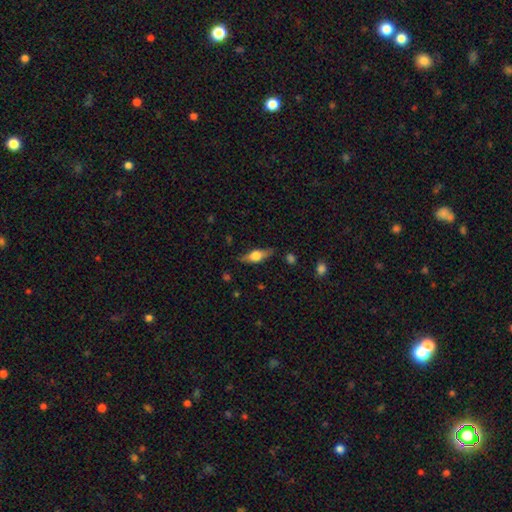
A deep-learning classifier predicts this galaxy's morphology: This appears to be a featured or disk galaxy (48%). Merging: none (81%).